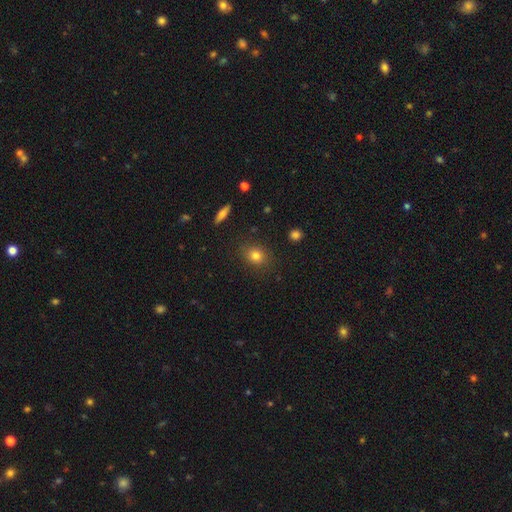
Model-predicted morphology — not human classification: Overall: smooth (79%). How rounded: round (66%; in between 33%). Merging: none (85%).